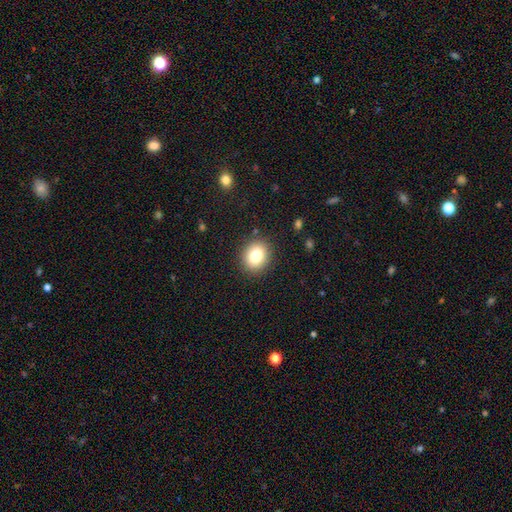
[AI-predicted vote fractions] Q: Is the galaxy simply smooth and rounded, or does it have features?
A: smooth — 80%.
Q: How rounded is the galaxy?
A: round — 70%.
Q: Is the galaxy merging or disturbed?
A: none — 89%.